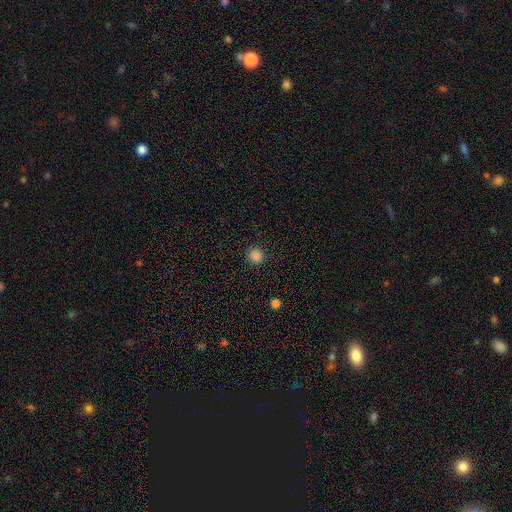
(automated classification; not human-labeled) Smooth or featured?
  - smooth: 85% *
  - star or artifact: 12%
  - featured or disk: 3%
How rounded?
  - round: 89% *
  - in between: 10%
  - cigar-shaped: 1%
Merging?
  - none: 89% *
  - minor disturbance: 7%
  - major disturbance: 2%
  - merger: 1%